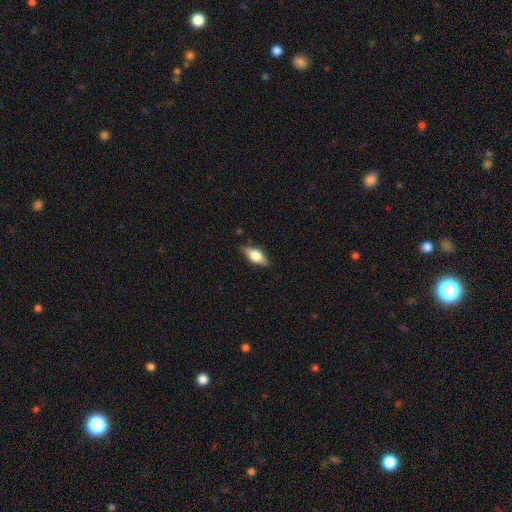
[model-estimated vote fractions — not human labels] The model was most divided on "smooth or featured": smooth: 59%, featured or disk: 34%, star or artifact: 7%. More confident: merging — none (80%); how rounded — in between (79%).